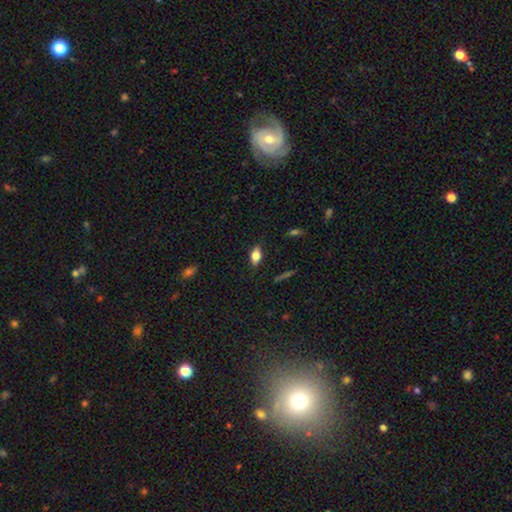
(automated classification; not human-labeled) A smooth galaxy with no disk features (73%) that is in between round and cigar-shaped (86%).

Vote fractions:
- Smooth or featured? smooth: 73% / featured or disk: 18% / star or artifact: 9%
- How rounded? in between: 86% / cigar-shaped: 9% / round: 6%
- Merging? none: 84% / minor disturbance: 12% / major disturbance: 3% / merger: 1%